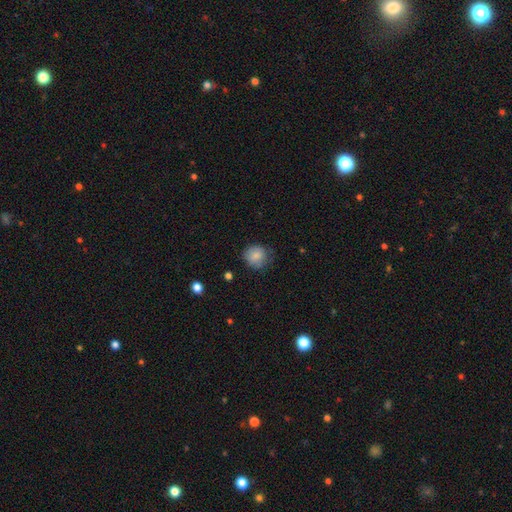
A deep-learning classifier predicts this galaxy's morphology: smooth-or-featured: smooth: 84% | star or artifact: 8% | featured or disk: 8%
  how-rounded: round: 83% | in between: 16% | cigar-shaped: 1%
  merging: none: 68% | minor disturbance: 24% | major disturbance: 6% | merger: 1%